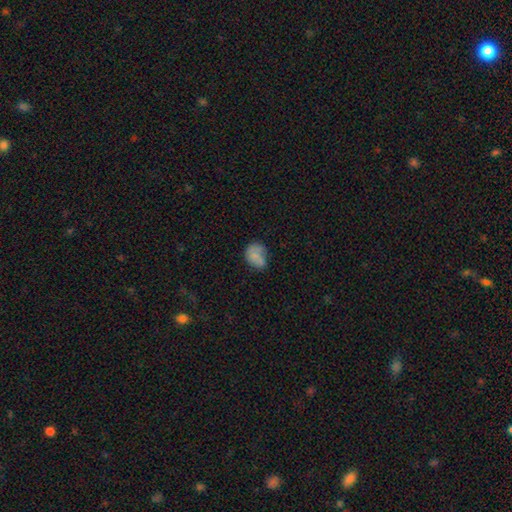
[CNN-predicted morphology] Smooth or featured? Predicted: smooth (p=0.68). How rounded? Predicted: in between (p=0.55). Merging? Predicted: none (p=0.46).